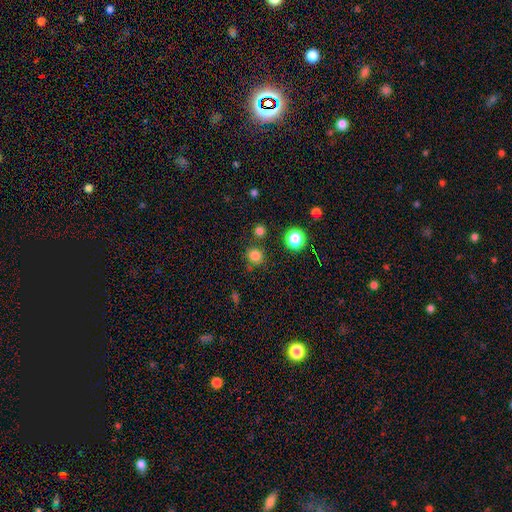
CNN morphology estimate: This is likely a smooth galaxy (80%). How rounded: clearly round (89%). Merging: clearly none (81%).